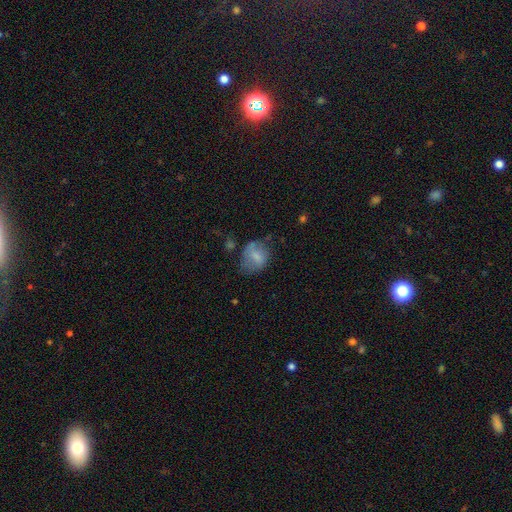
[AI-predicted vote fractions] Smooth or featured: smooth — 63% (featured or disk — 27%)
How rounded: in between — 57% (round — 41%)
Merging: none — 43% (minor disturbance — 32%)